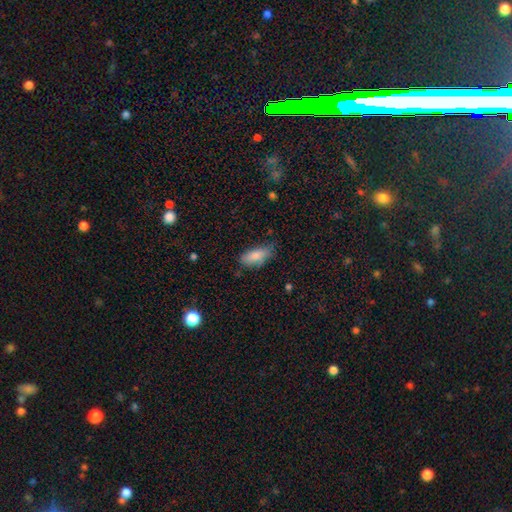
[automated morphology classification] smooth_or_featured: smooth (p=0.83) [alt: featured or disk p=0.10]
how_rounded: in between (p=0.83) [alt: cigar-shaped p=0.14]
merging: none (p=0.68) [alt: minor disturbance p=0.25]